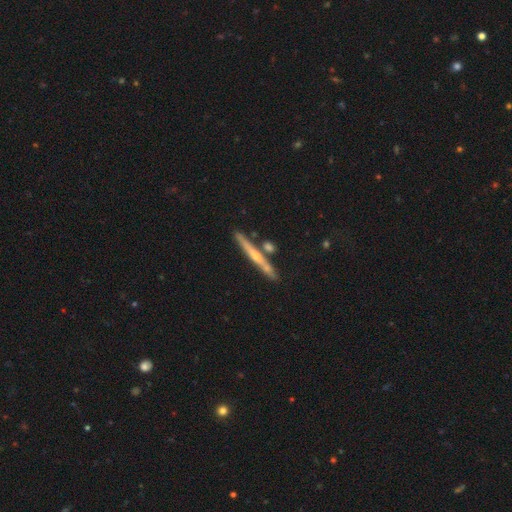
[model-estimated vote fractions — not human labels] Q: Smooth or featured?
A: featured or disk (67%); runner-up: smooth (27%)
Q: Edge-on disk?
A: yes (97%); runner-up: no (3%)
Q: Edge-on bulge?
A: rounded (69%); runner-up: none (26%)
Q: Merging?
A: none (80%); runner-up: merger (9%)